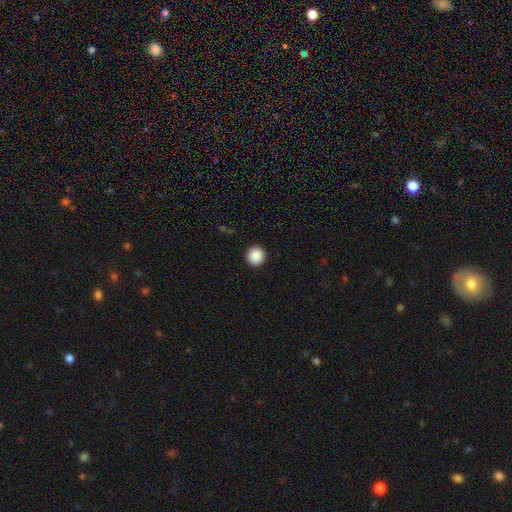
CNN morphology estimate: Overall: smooth (89%). How rounded: round (94%). Merging: none (93%).